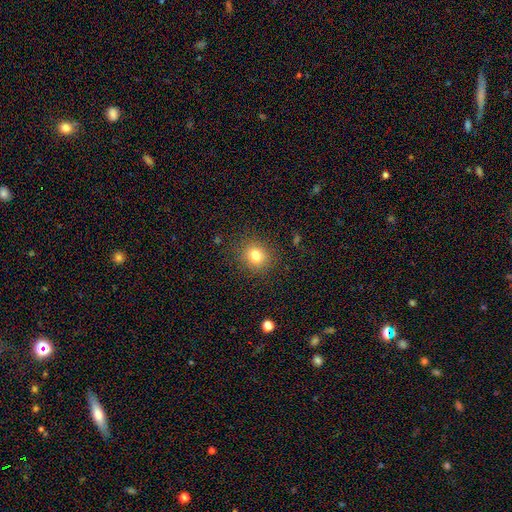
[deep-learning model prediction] A smooth galaxy with no disk features (79%) that is round (85%).

Vote fractions:
- Smooth or featured? smooth: 79% / star or artifact: 13% / featured or disk: 8%
- How rounded? round: 85% / in between: 14% / cigar-shaped: 1%
- Merging? none: 88% / minor disturbance: 8% / major disturbance: 3% / merger: 1%